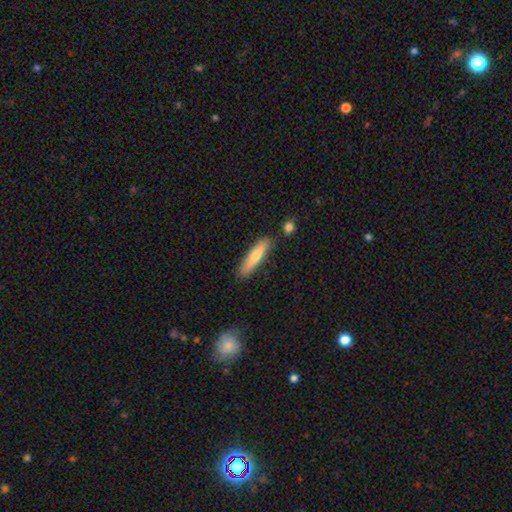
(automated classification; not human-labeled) smooth-or-featured: smooth: 64% | featured or disk: 30% | star or artifact: 6%
  how-rounded: cigar-shaped: 85% | in between: 13% | round: 2%
  merging: none: 86% | minor disturbance: 10% | merger: 2% | major disturbance: 2%